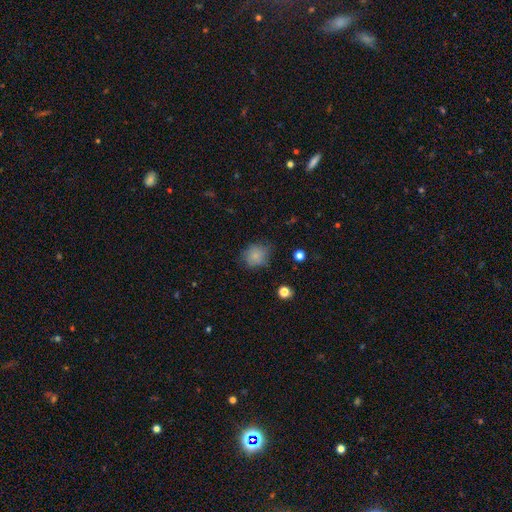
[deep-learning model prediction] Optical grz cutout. It shows a smooth galaxy with no disk features (79%) that is round (75%). Merging: none (69%).